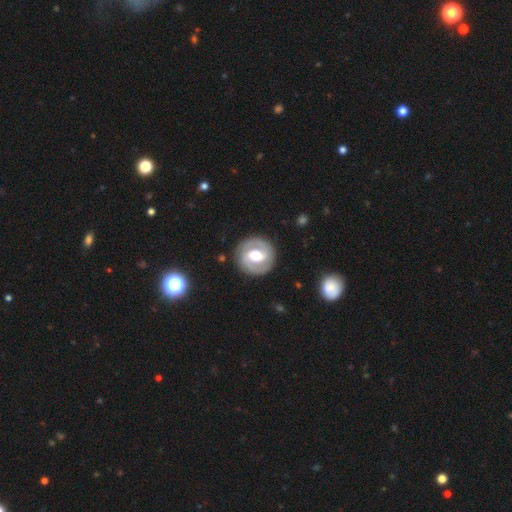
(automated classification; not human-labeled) This appears to be a featured or disk galaxy (80%) with a weak bar (46%), 2 (90%) tight (49%) spiral arms (86%) and a moderate central bulge (70%). Merging: none (87%).